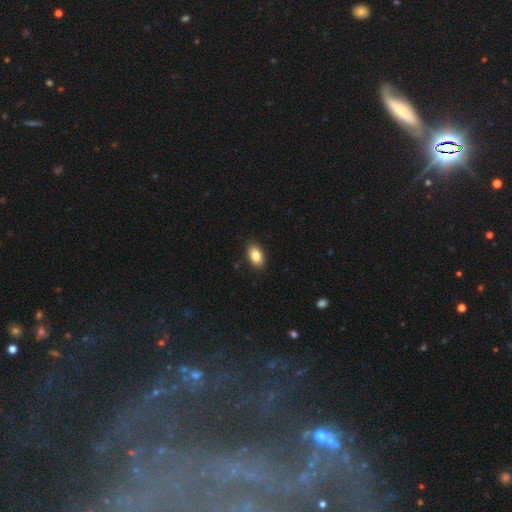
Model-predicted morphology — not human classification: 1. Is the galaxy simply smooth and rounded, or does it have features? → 84% smooth, 8% featured or disk, 8% star or artifact.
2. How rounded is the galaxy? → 91% in between, 8% round, 2% cigar-shaped.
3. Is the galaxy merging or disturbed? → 89% none, 8% minor disturbance, 2% major disturbance, 1% merger.